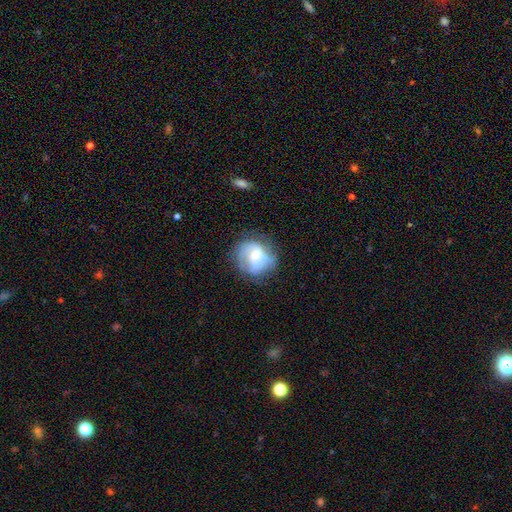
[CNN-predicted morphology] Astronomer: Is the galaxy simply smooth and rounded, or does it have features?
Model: featured or disk — 48% (runner-up: smooth, 44%).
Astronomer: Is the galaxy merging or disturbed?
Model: none — 55%.